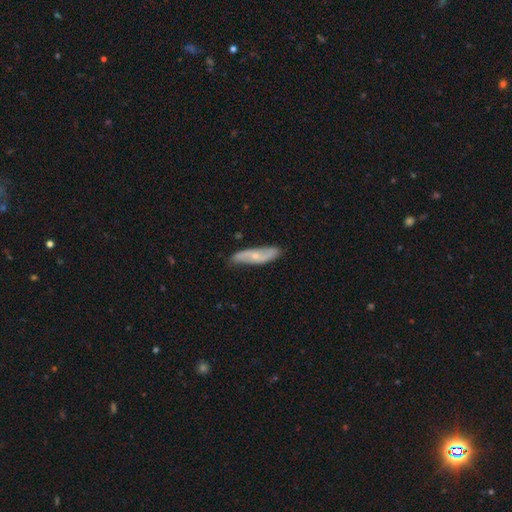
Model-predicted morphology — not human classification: A featured or disk galaxy (61%).

Vote fractions:
- Smooth or featured? featured or disk: 61% / smooth: 33% / star or artifact: 6%
- Edge-on disk? no: 74% / yes: 26%
- Merging? none: 78% / minor disturbance: 18% / major disturbance: 3% / merger: 1%